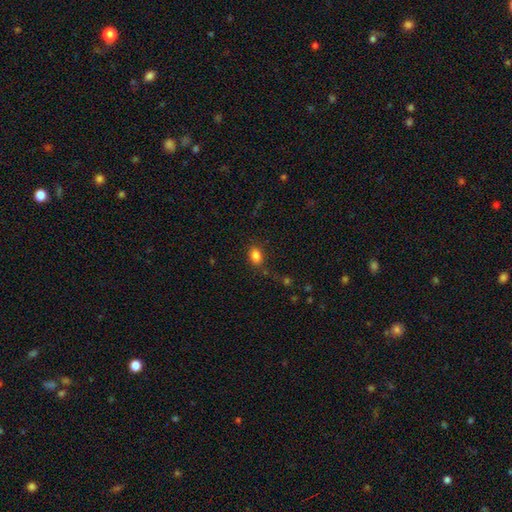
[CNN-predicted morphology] Smooth or featured: smooth — 84% (star or artifact — 11%)
How rounded: in between — 76% (round — 22%)
Merging: none — 75% (minor disturbance — 15%)